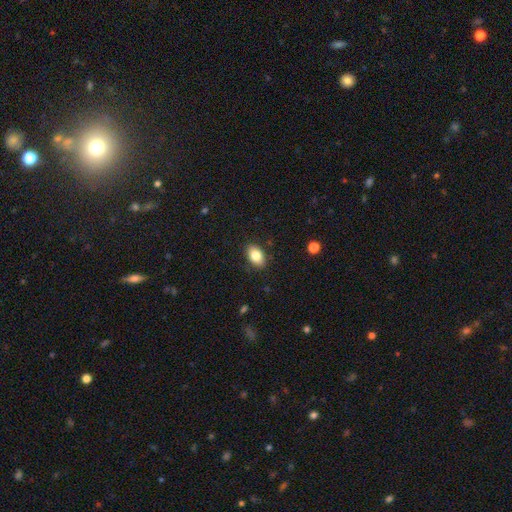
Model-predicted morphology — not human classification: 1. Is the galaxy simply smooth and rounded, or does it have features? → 84% smooth, 9% featured or disk, 8% star or artifact.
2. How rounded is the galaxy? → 88% in between, 11% round, 1% cigar-shaped.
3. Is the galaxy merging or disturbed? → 87% none, 10% minor disturbance, 2% major disturbance, 1% merger.